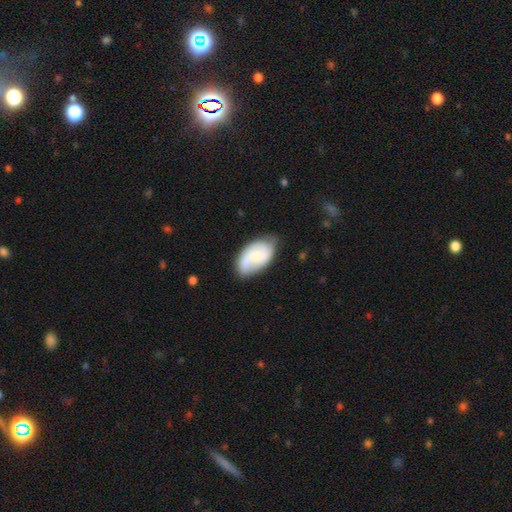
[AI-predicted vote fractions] smooth 48%, featured or disk 45%, star or artifact 7%. Down the decision tree: merging — none (66%).